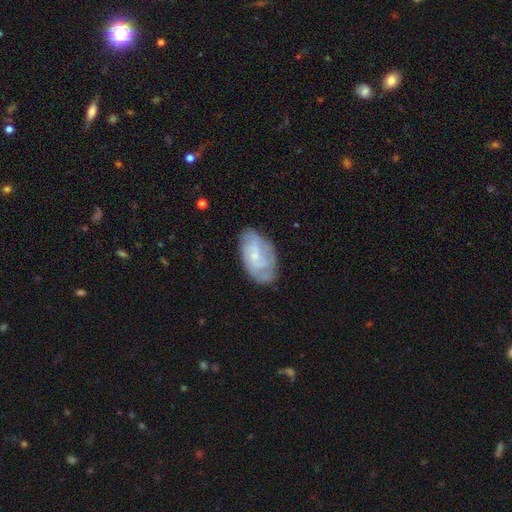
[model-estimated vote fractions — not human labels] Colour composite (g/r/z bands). It shows a featured or disk galaxy (63%) with no bar (68%), spiral arms (81%) and a small central bulge (72%). Merging: none (71%).